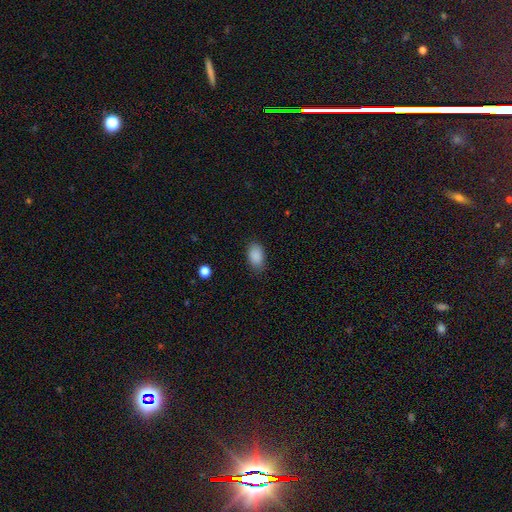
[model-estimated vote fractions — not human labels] Morphology: type=smooth (89%); roundness=in between (90%); merging=none (81%).